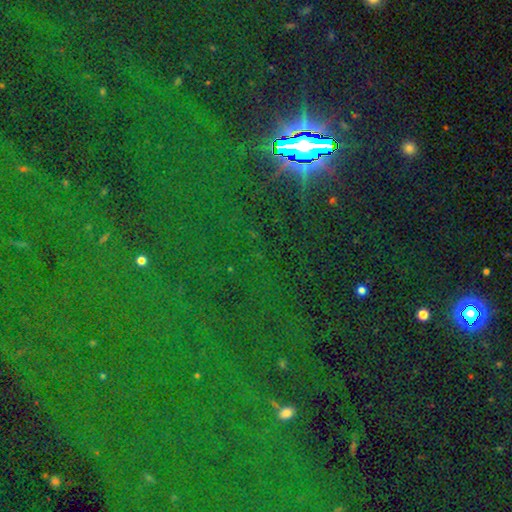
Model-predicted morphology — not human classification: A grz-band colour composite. It shows a star or artifact, not a galaxy (86%).